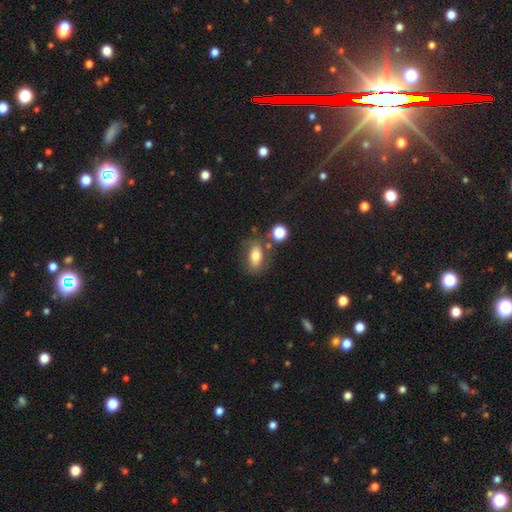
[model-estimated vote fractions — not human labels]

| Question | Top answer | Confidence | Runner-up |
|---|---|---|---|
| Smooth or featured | smooth | 71% | featured or disk (19%) |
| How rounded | in between | 84% | round (12%) |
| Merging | none | 63% | minor disturbance (17%) |